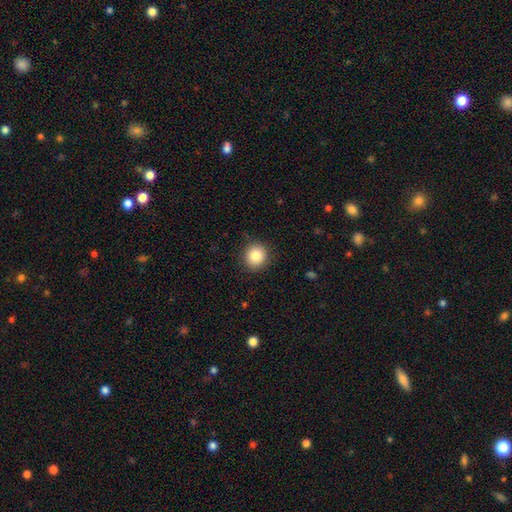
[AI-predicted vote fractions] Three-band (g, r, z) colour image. It shows a smooth galaxy with no disk features (84%) that is round (91%). Merging: none (90%).